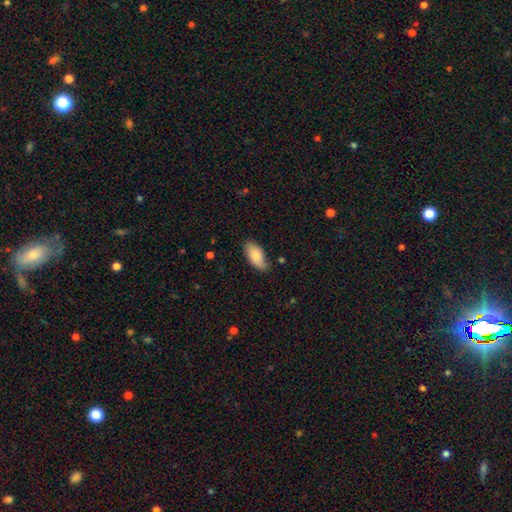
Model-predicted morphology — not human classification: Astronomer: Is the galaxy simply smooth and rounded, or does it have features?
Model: smooth — 82%.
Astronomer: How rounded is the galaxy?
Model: in between — 92%.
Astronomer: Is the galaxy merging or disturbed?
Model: none — 78%.